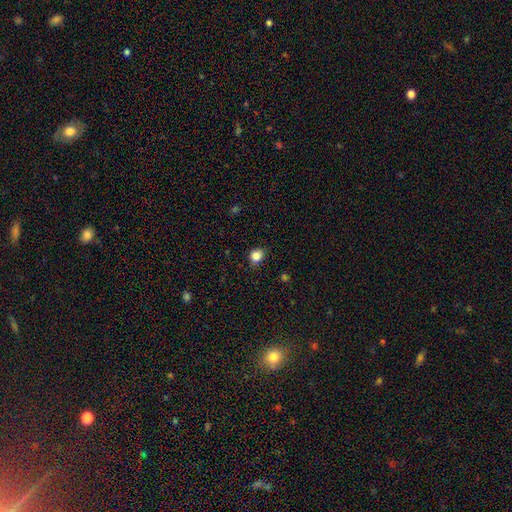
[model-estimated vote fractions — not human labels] Smooth or featured? Predicted: smooth (p=0.84). How rounded? Predicted: round (p=0.63). Merging? Predicted: none (p=0.84).